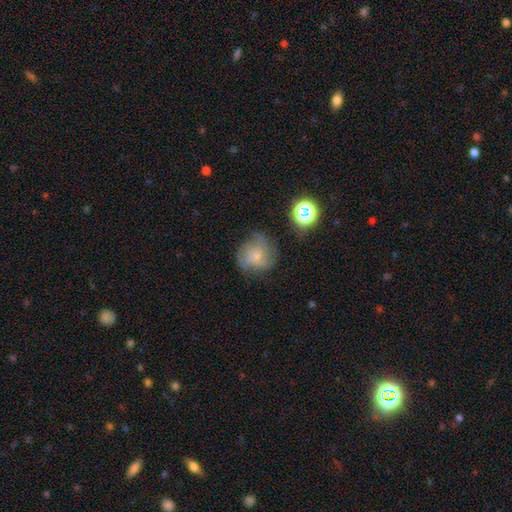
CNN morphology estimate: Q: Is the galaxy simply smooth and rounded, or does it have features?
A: featured or disk — 51%.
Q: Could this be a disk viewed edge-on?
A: no — 98%.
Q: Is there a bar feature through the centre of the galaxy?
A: no — 69%.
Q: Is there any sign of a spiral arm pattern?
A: yes — 78%.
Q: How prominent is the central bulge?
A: small — 54%.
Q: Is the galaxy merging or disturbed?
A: none — 55%.